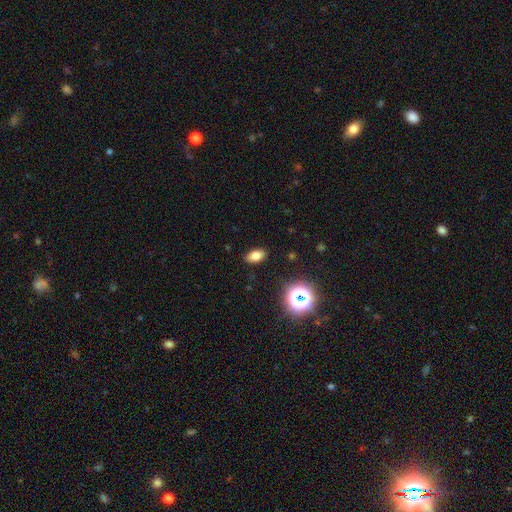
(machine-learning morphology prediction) Smooth or featured?
  - smooth: 75% *
  - star or artifact: 15%
  - featured or disk: 10%
How rounded?
  - in between: 89% *
  - round: 8%
  - cigar-shaped: 4%
Merging?
  - none: 88% *
  - minor disturbance: 8%
  - major disturbance: 2%
  - merger: 1%